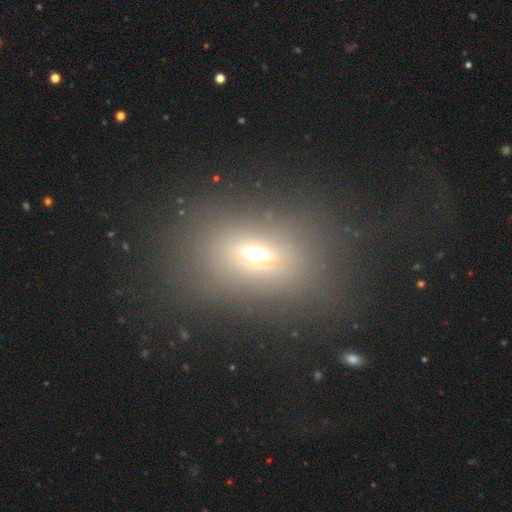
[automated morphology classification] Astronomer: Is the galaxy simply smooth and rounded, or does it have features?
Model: smooth — 49% (runner-up: featured or disk, 28%).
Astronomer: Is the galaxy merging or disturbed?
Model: none — 74%.